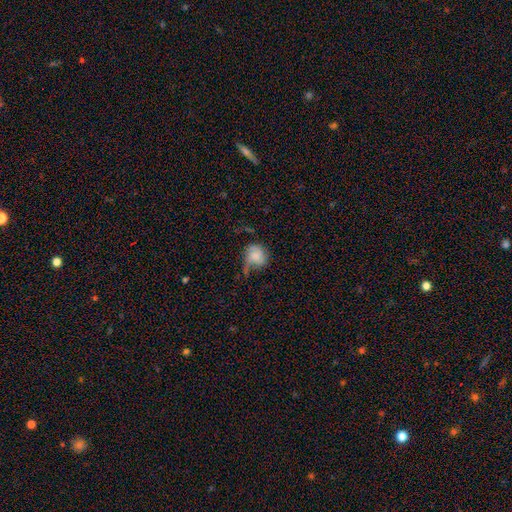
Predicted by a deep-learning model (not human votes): Smooth or featured?
  - smooth: 54% *
  - featured or disk: 37%
  - star or artifact: 9%
How rounded?
  - round: 61% *
  - in between: 38%
  - cigar-shaped: 1%
Merging?
  - major disturbance: 33% *
  - none: 32%
  - minor disturbance: 32%
  - merger: 4%